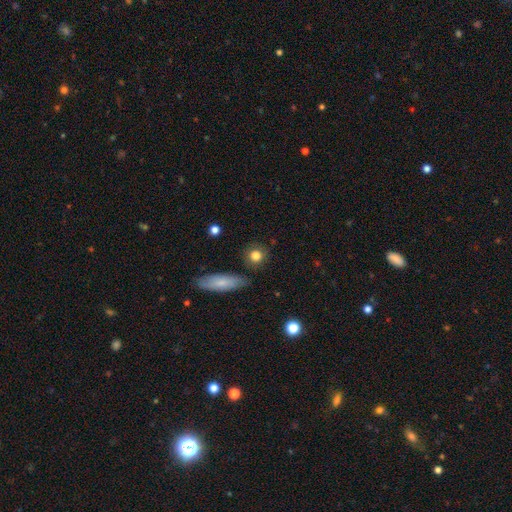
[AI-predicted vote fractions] A smooth galaxy with no disk features (83%) that is round (83%). Merging: none (83%).